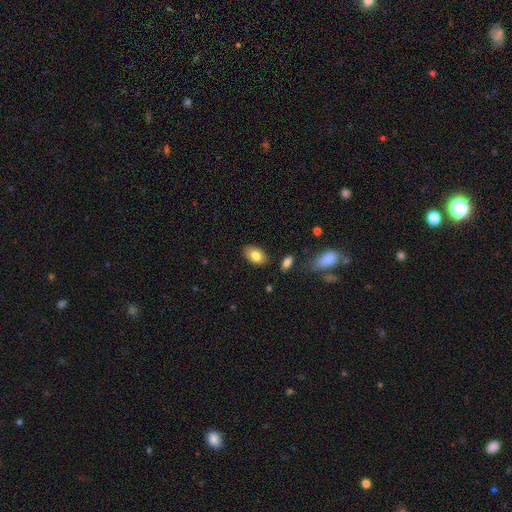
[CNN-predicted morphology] Overall: smooth (82%). How rounded: in between (90%). Merging: none (84%).